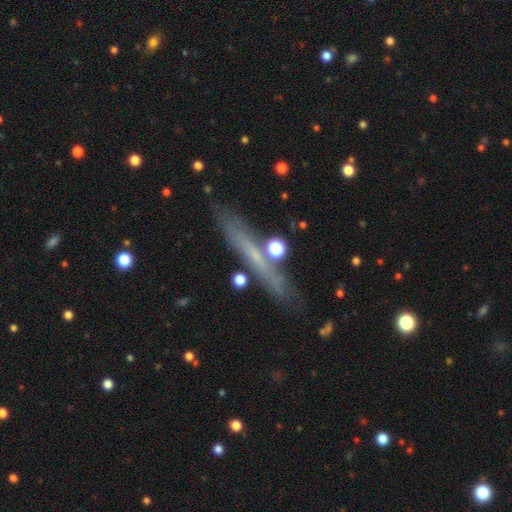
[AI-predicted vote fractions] Smooth or featured?
  - featured or disk: 49% *
  - smooth: 42%
  - star or artifact: 9%
Merging?
  - none: 80% *
  - minor disturbance: 12%
  - merger: 4%
  - major disturbance: 3%